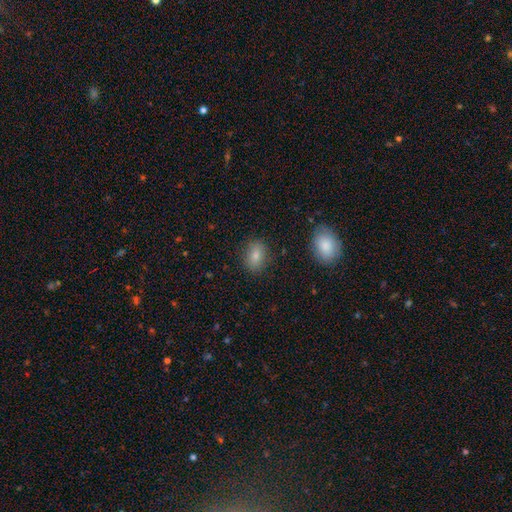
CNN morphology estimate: This appears to be a smooth galaxy with no disk features (81%) that is in between round and cigar-shaped (73%). Merging: none (84%).